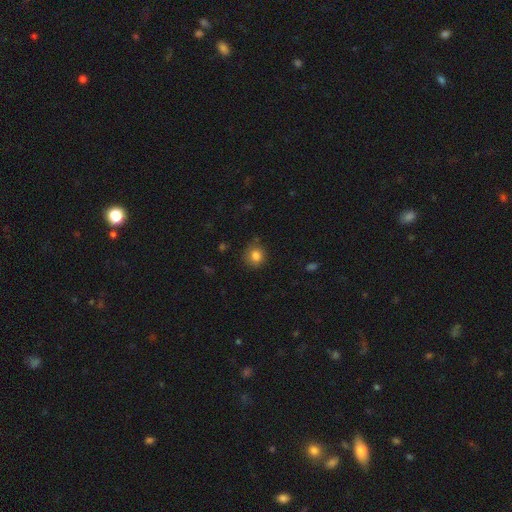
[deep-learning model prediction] This appears to be a smooth galaxy with no disk features (83%) that is round (85%). Merging: none (80%).